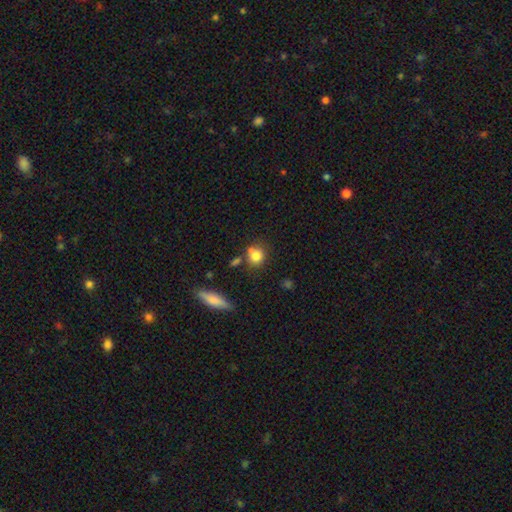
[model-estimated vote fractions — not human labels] Morphology: type=smooth (80%); roundness=round (78%); merging=none (63%).